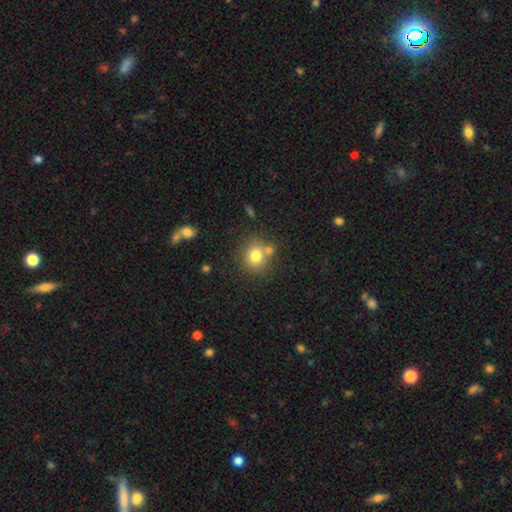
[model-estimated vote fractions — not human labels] Smooth or featured? smooth (78%)
How rounded? round (85%)
Merging? none (69%)